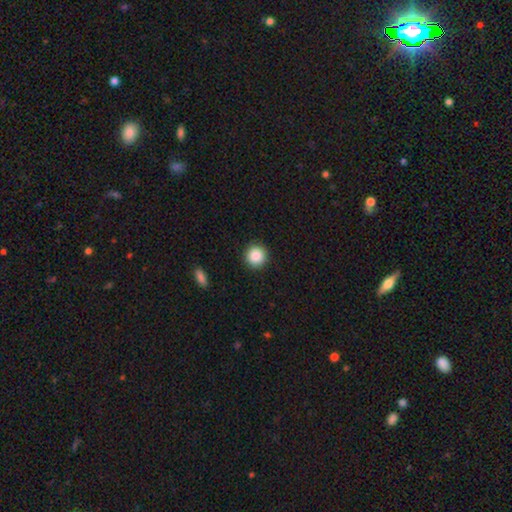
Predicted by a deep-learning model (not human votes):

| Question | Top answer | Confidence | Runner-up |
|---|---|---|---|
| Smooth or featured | smooth | 88% | star or artifact (9%) |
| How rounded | round | 94% | in between (5%) |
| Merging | none | 92% | minor disturbance (5%) |